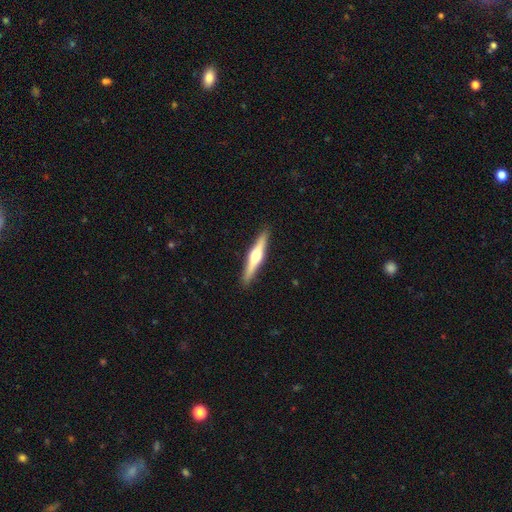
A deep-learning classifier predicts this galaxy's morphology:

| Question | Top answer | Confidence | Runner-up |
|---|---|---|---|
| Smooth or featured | featured or disk | 67% | smooth (28%) |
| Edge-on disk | yes | 98% | no (2%) |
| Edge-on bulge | rounded | 94% | boxy (3%) |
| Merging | none | 91% | minor disturbance (6%) |